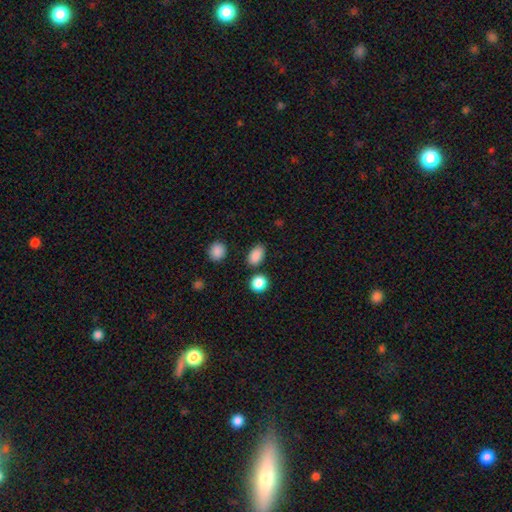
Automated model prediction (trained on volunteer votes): smooth-or-featured: smooth: 86% | star or artifact: 10% | featured or disk: 3%
  how-rounded: in between: 81% | round: 18% | cigar-shaped: 2%
  merging: none: 80% | minor disturbance: 11% | merger: 5% | major disturbance: 3%